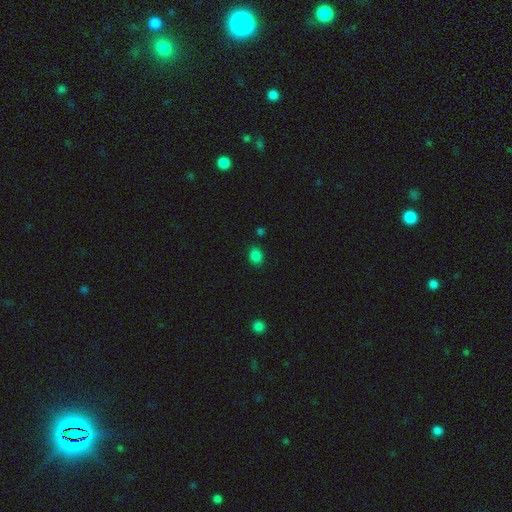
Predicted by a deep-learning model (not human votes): smooth-or-featured: smooth: 83% | star or artifact: 13% | featured or disk: 4%
  how-rounded: in between: 57% | round: 42% | cigar-shaped: 1%
  merging: none: 84% | minor disturbance: 11% | merger: 3% | major disturbance: 3%